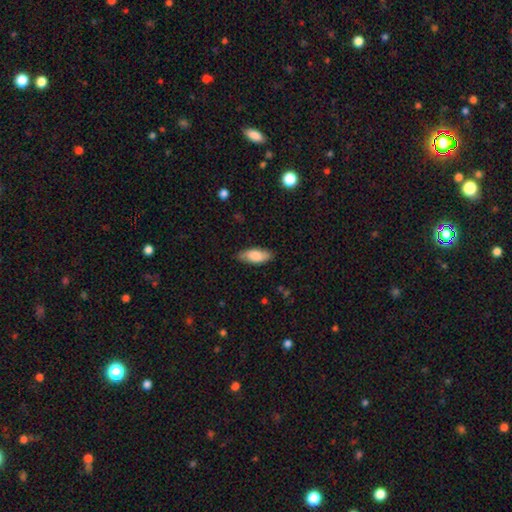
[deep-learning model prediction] Morphology: type=smooth (80%); roundness=in between (81%); merging=none (82%).